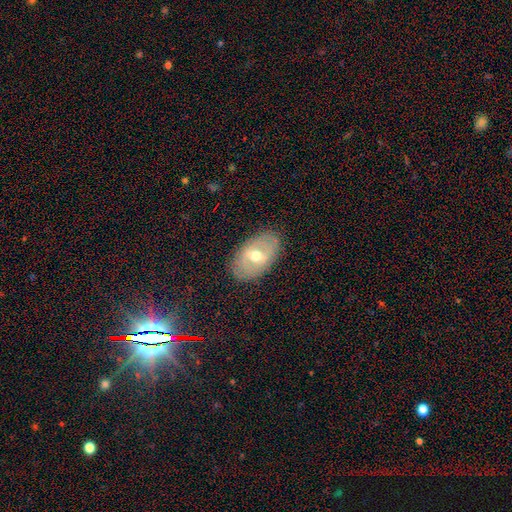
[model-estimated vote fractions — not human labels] A featured or disk galaxy (52%).

Vote fractions:
- Smooth or featured? featured or disk: 52% / smooth: 39% / star or artifact: 9%
- Edge-on disk? no: 88% / yes: 12%
- Merging? none: 85% / minor disturbance: 11% / major disturbance: 3% / merger: 1%